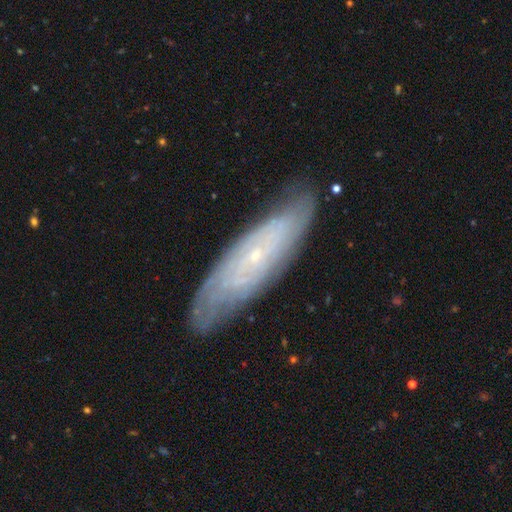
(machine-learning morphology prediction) type=featured or disk (75%); edge-on=no (79%); bar=no (78%); spiral arms=yes (87%); winding=tight (78%); arm count=can't tell (63%); bulge=small (88%); merging=none (81%).